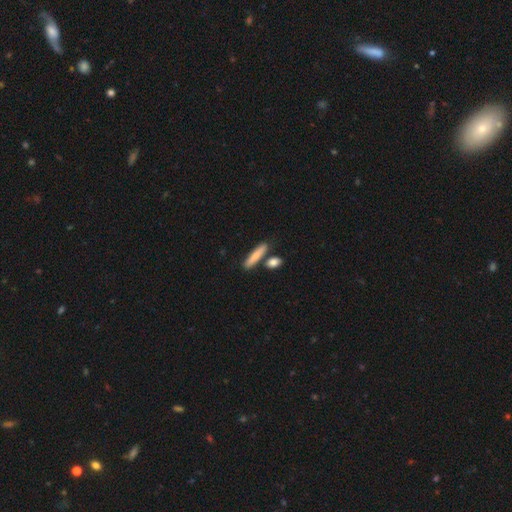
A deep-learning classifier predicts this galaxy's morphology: A smooth galaxy with no disk features (75%) that is cigar-shaped (79%).

Vote fractions:
- Smooth or featured? smooth: 75% / featured or disk: 19% / star or artifact: 6%
- How rounded? cigar-shaped: 79% / in between: 17% / round: 4%
- Merging? none: 74% / merger: 12% / minor disturbance: 11% / major disturbance: 3%